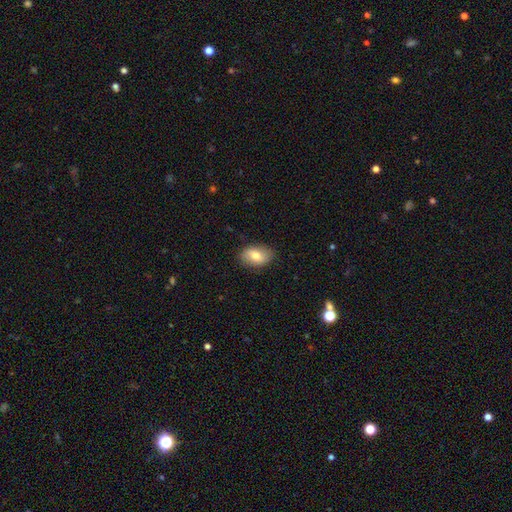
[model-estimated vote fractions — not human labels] smooth-or-featured: smooth: 72% | featured or disk: 20% | star or artifact: 7%
  how-rounded: in between: 86% | round: 13% | cigar-shaped: 1%
  merging: none: 83% | minor disturbance: 13% | major disturbance: 3% | merger: 1%